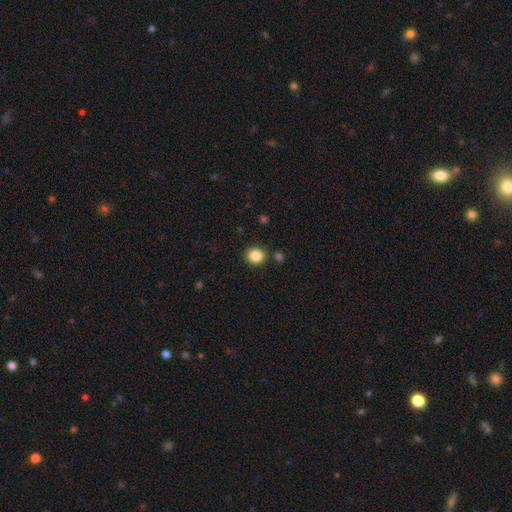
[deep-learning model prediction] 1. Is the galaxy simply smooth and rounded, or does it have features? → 86% smooth, 10% star or artifact, 4% featured or disk.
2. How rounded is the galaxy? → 80% round, 19% in between, 1% cigar-shaped.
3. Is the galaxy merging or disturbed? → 86% none, 7% minor disturbance, 4% merger, 2% major disturbance.